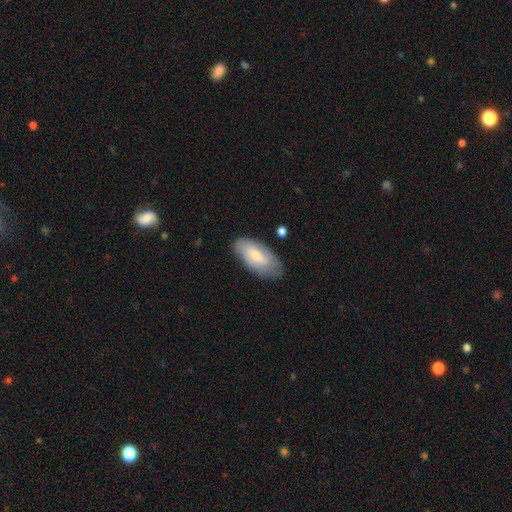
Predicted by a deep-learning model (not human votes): Overall: smooth (54%; featured or disk 40%). How rounded: in between (90%). Merging: none (73%).